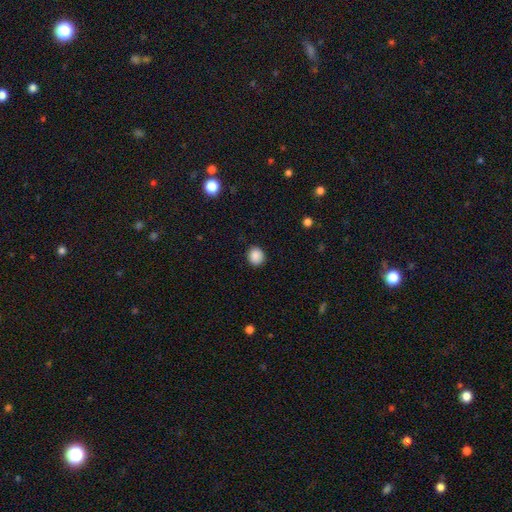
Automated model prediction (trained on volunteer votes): Smooth or featured? smooth (88%)
How rounded? round (81%)
Merging? none (89%)